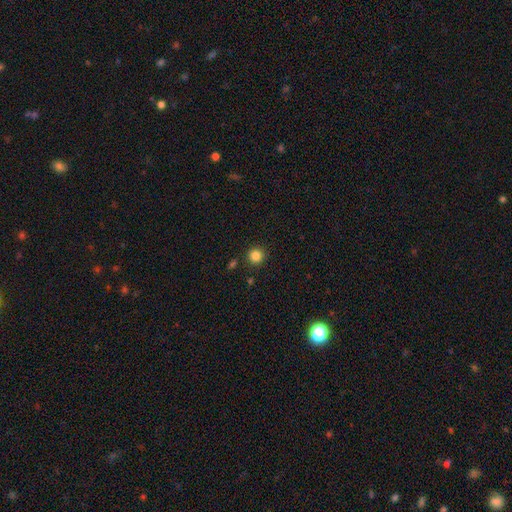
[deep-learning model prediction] A smooth galaxy with no disk features (84%) that is round (94%).

Vote fractions:
- Smooth or featured? smooth: 84% / star or artifact: 12% / featured or disk: 4%
- How rounded? round: 94% / in between: 5% / cigar-shaped: 1%
- Merging? none: 90% / minor disturbance: 6% / merger: 3% / major disturbance: 2%